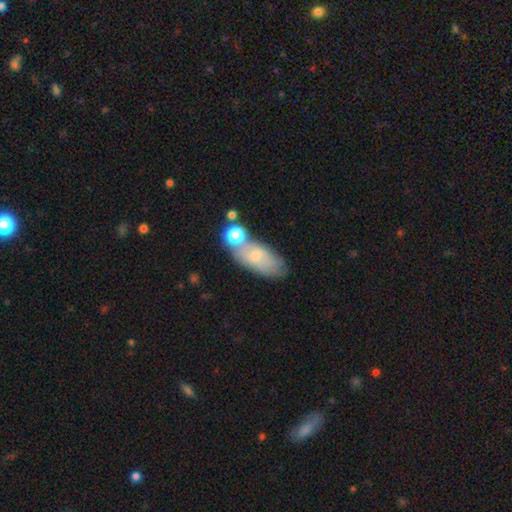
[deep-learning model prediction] smooth-or-featured: smooth: 61% | featured or disk: 30% | star or artifact: 9%
  how-rounded: in between: 82% | cigar-shaped: 14% | round: 4%
  merging: none: 49% | merger: 22% | minor disturbance: 21% | major disturbance: 8%